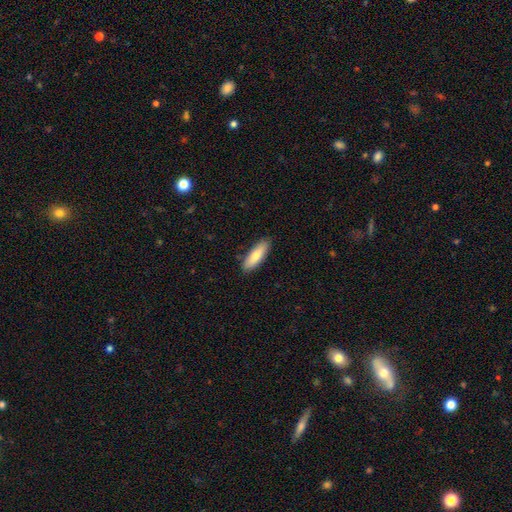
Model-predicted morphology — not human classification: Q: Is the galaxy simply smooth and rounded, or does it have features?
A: smooth — 75%.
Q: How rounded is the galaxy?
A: in between — 53%.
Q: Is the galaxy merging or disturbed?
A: none — 87%.